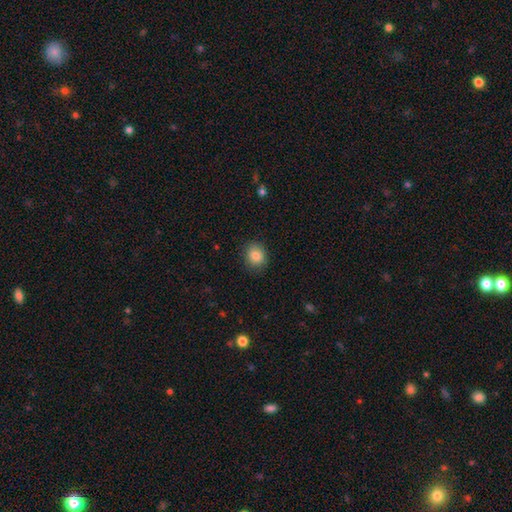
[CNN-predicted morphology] Overall: smooth (85%). How rounded: round (67%; in between 32%). Merging: none (87%).